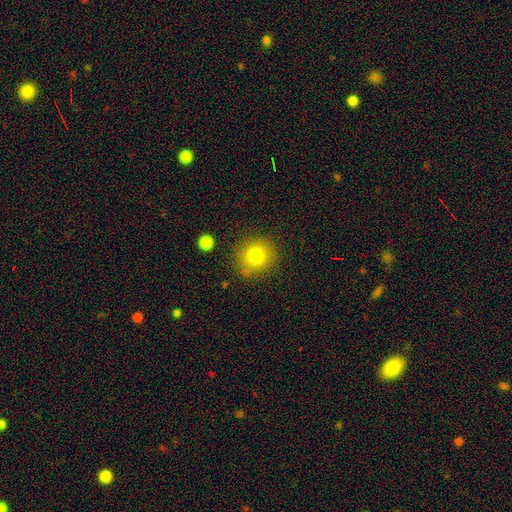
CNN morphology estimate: The model was most divided on "smooth or featured": smooth: 79%, featured or disk: 10%, star or artifact: 10%. More confident: how rounded — round (89%); merging — none (83%).